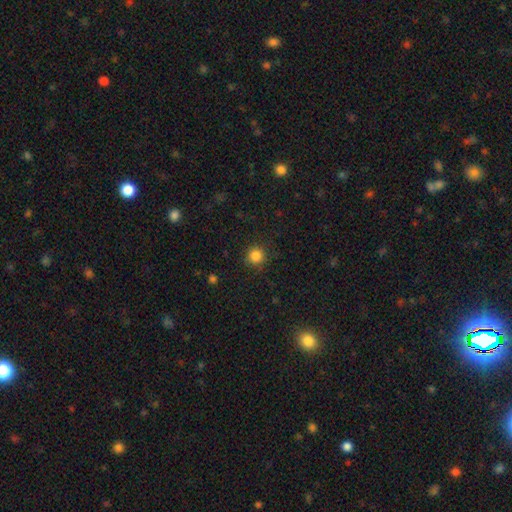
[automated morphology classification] smooth 84%, star or artifact 12%, featured or disk 4%. Down the decision tree: how rounded — round (94%); merging — none (89%).